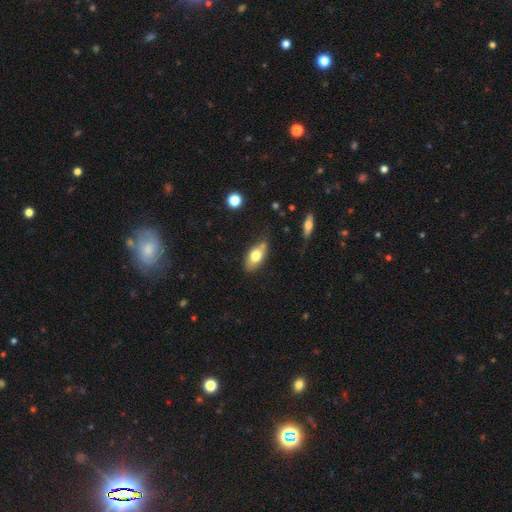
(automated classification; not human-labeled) A smooth galaxy with no disk features (73%) that is in between round and cigar-shaped (87%).

Vote fractions:
- Smooth or featured? smooth: 73% / featured or disk: 19% / star or artifact: 7%
- How rounded? in between: 87% / cigar-shaped: 7% / round: 6%
- Merging? none: 62% / minor disturbance: 23% / merger: 9% / major disturbance: 6%